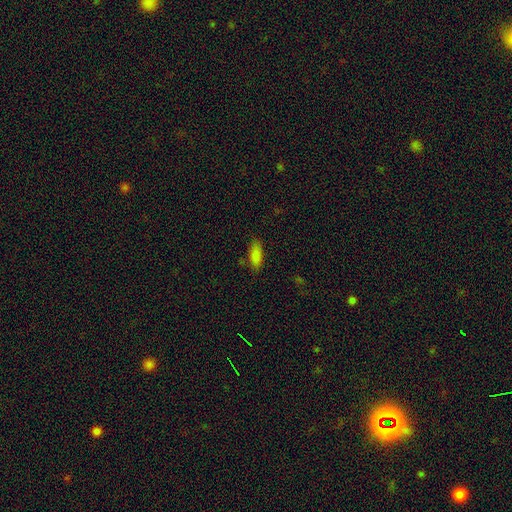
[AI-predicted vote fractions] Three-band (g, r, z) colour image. It shows a smooth galaxy with no disk features (85%) that is in between round and cigar-shaped (75%). Merging: none (81%).